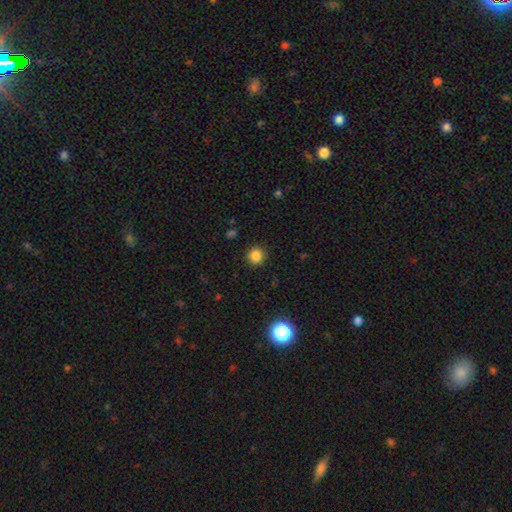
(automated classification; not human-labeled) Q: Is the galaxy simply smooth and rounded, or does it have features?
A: smooth — 84%.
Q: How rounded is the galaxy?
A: round — 90%.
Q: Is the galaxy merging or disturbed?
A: none — 91%.